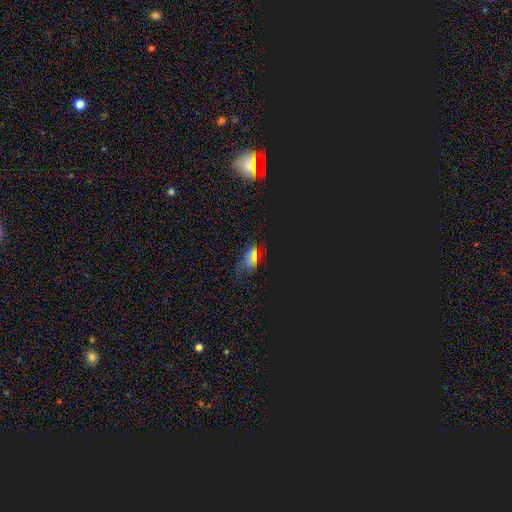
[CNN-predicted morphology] Q: Smooth or featured?
A: star or artifact (63%); runner-up: smooth (27%)